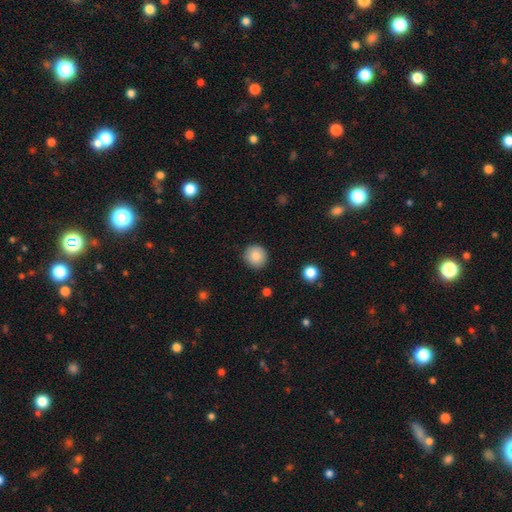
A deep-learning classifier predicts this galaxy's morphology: A smooth galaxy with no disk features (86%) that is round (92%). Merging: none (89%).